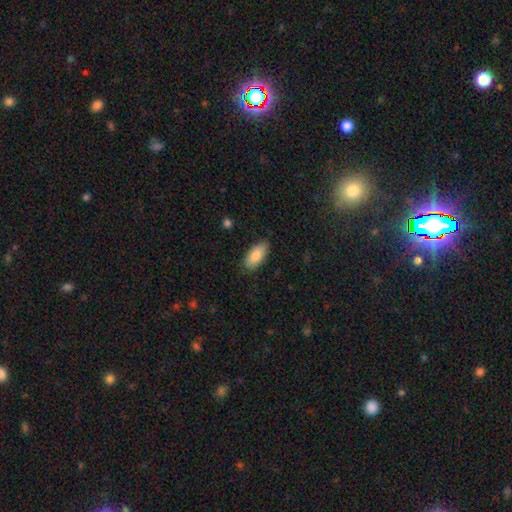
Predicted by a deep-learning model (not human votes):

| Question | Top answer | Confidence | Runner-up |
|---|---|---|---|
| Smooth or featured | smooth | 83% | featured or disk (11%) |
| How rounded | in between | 90% | cigar-shaped (8%) |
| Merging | none | 84% | minor disturbance (13%) |